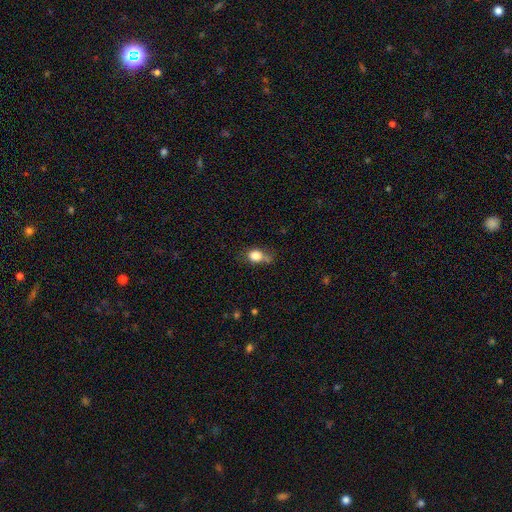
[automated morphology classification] This is clearly a smooth galaxy (81%). How rounded: possibly round (51%). Merging: marginally none (40%).